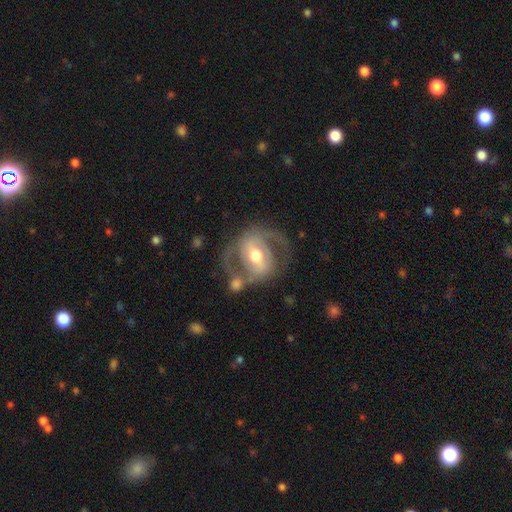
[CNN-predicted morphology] type=featured or disk (81%); edge-on=no (96%); bar=weak (40%); spiral arms=yes (81%); winding=medium (50%); arm count=2 (83%); bulge=moderate (74%); merging=none (60%).